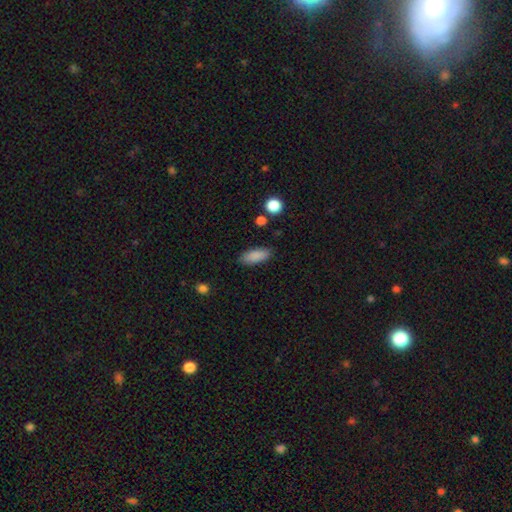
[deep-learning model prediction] A smooth galaxy with no disk features (87%) that is in between round and cigar-shaped (79%). Merging: none (86%).